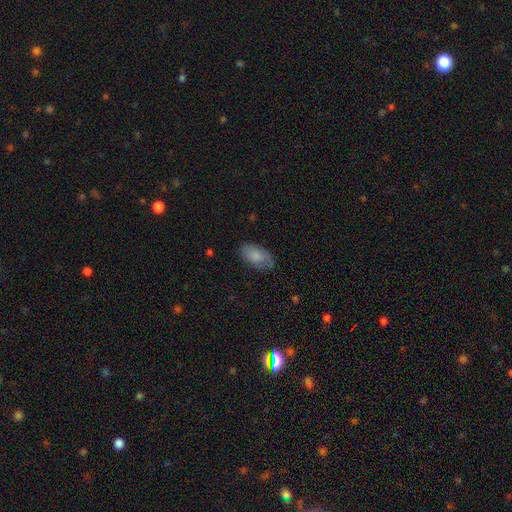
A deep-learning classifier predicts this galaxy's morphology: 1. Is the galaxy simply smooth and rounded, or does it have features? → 79% smooth, 15% featured or disk, 6% star or artifact.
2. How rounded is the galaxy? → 94% in between, 3% round, 3% cigar-shaped.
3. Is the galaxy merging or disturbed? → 76% none, 18% minor disturbance, 4% major disturbance, 1% merger.